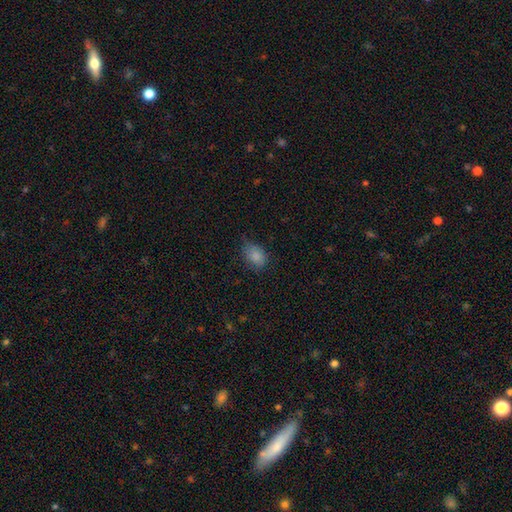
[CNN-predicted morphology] smooth-or-featured: smooth: 85% | star or artifact: 9% | featured or disk: 6%
  how-rounded: in between: 71% | round: 28% | cigar-shaped: 1%
  merging: none: 66% | minor disturbance: 27% | major disturbance: 6% | merger: 1%